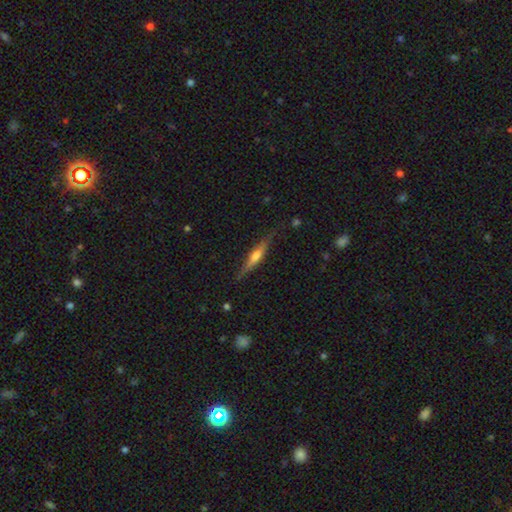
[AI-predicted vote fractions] The model was most divided on "smooth or featured": featured or disk: 63%, smooth: 30%, star or artifact: 7%. More confident: edge-on disk — yes (96%); merging — none (84%); edge-on bulge — rounded (76%).